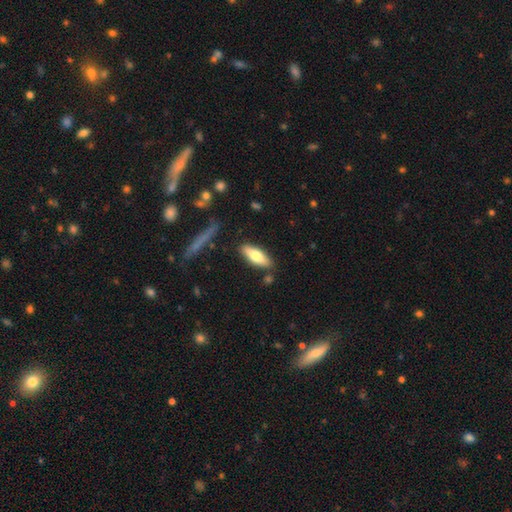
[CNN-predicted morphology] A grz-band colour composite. It shows a smooth galaxy with no disk features (70%) that is in between round and cigar-shaped (60%). Merging: none (83%).